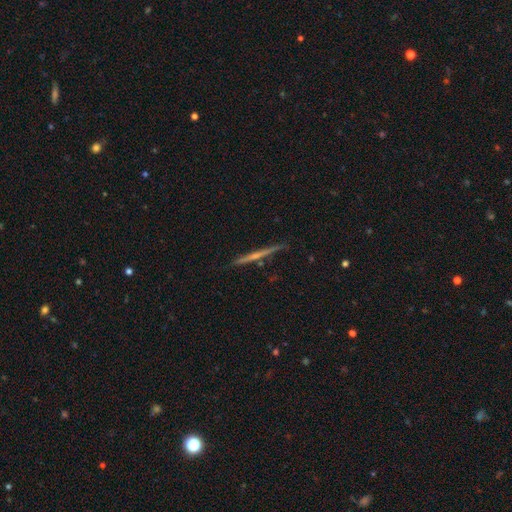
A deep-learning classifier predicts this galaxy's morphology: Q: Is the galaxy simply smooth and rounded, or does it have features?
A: featured or disk — 61%.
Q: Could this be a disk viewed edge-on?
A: yes — 97%.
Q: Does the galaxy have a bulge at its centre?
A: none — 69%.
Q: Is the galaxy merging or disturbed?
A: none — 86%.